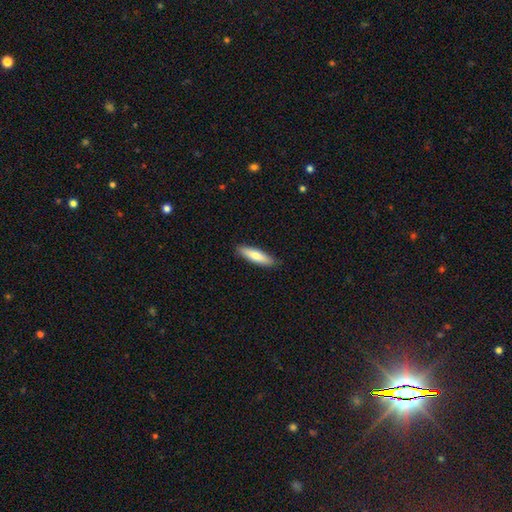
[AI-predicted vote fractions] Smooth or featured?
  - smooth: 79% *
  - featured or disk: 16%
  - star or artifact: 5%
How rounded?
  - cigar-shaped: 70% *
  - in between: 29%
  - round: 1%
Merging?
  - none: 89% *
  - minor disturbance: 8%
  - major disturbance: 2%
  - merger: 1%